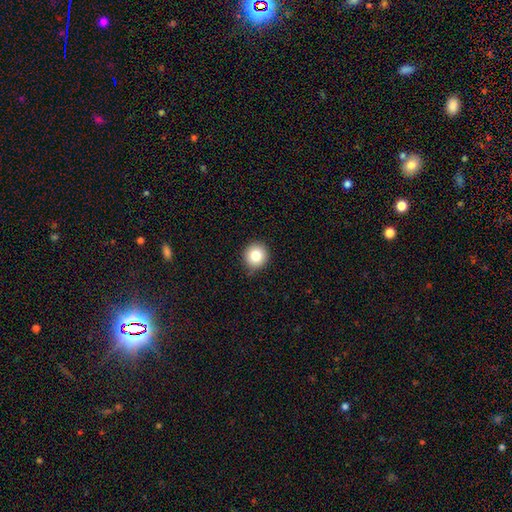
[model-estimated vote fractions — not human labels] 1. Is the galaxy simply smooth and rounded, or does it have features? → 81% smooth, 10% star or artifact, 8% featured or disk.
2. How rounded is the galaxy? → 92% round, 7% in between, 1% cigar-shaped.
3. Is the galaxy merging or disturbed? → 85% none, 11% minor disturbance, 2% major disturbance, 1% merger.